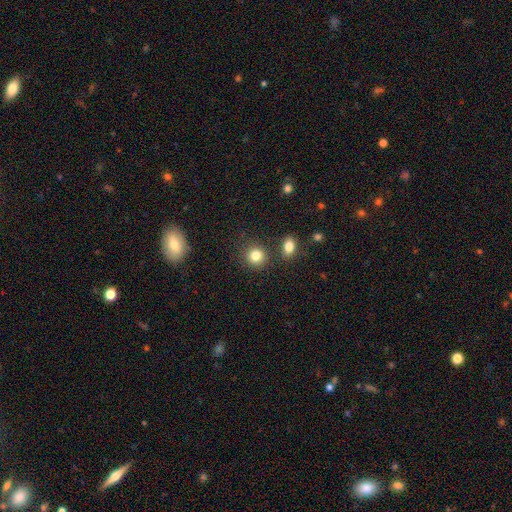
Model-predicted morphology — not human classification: The model was most divided on "how rounded": round: 85%, in between: 14%, cigar-shaped: 1%. More confident: smooth or featured — smooth (83%); merging — none (83%).